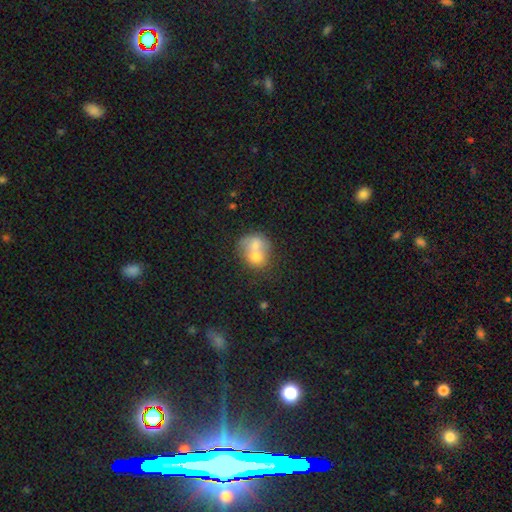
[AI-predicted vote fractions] Smooth or featured: smooth — 65% (featured or disk — 26%)
How rounded: round — 63% (in between — 36%)
Merging: merger — 72% (none — 18%)